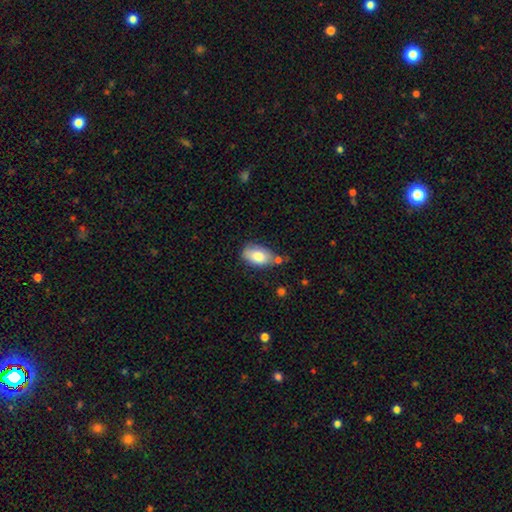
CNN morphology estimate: The model was most divided on "merging": none: 60%, minor disturbance: 26%, merger: 8%, major disturbance: 6%. More confident: how rounded — in between (92%); smooth or featured — smooth (82%).